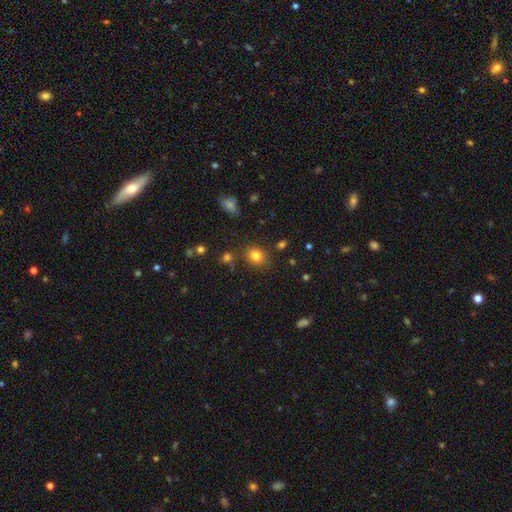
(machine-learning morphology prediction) The model was most divided on "how rounded": round: 63%, in between: 36%, cigar-shaped: 1%. More confident: smooth or featured — smooth (81%); merging — none (80%).